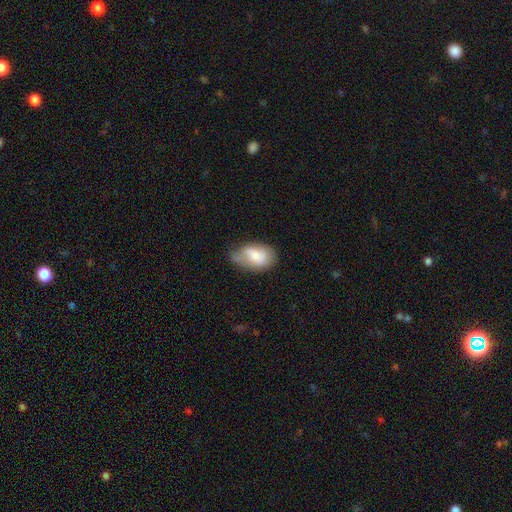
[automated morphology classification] The model was most divided on "merging": none: 44%, minor disturbance: 39%, major disturbance: 13%, merger: 4%. More confident: how rounded — in between (91%); smooth or featured — smooth (70%).